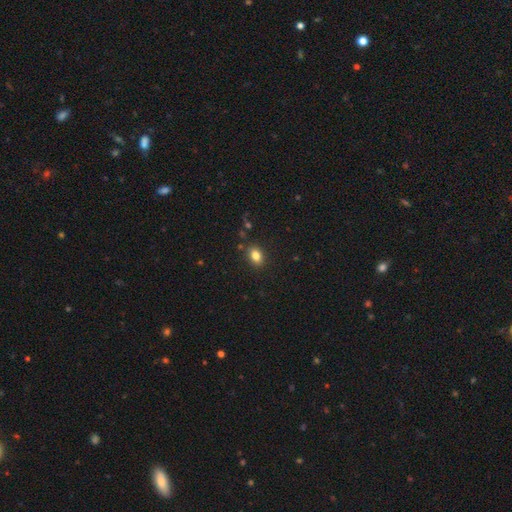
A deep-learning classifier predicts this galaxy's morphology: Overall: smooth (82%). How rounded: in between (71%). Merging: none (86%).